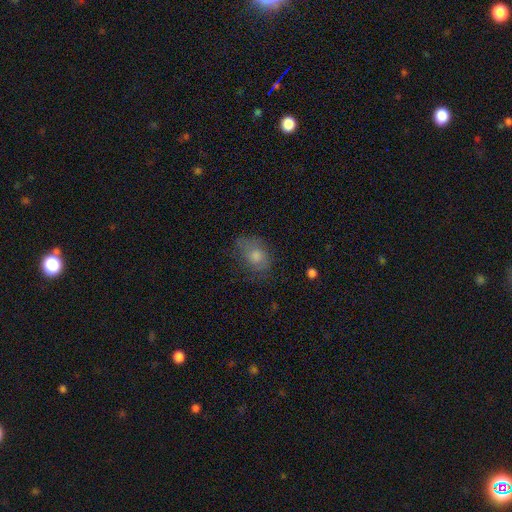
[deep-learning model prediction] A smooth galaxy with no disk features (67%) that is in between round and cigar-shaped (65%).

Vote fractions:
- Smooth or featured? smooth: 67% / featured or disk: 20% / star or artifact: 13%
- How rounded? in between: 65% / round: 33% / cigar-shaped: 1%
- Merging? none: 61% / minor disturbance: 25% / major disturbance: 12% / merger: 2%